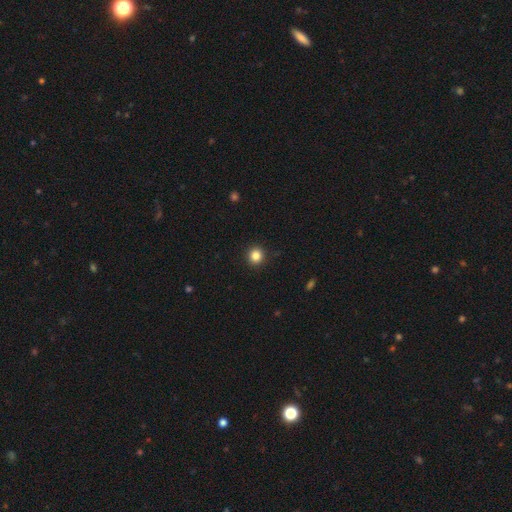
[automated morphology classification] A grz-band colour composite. It shows a smooth galaxy with no disk features (85%) that is round (92%). Merging: none (92%).